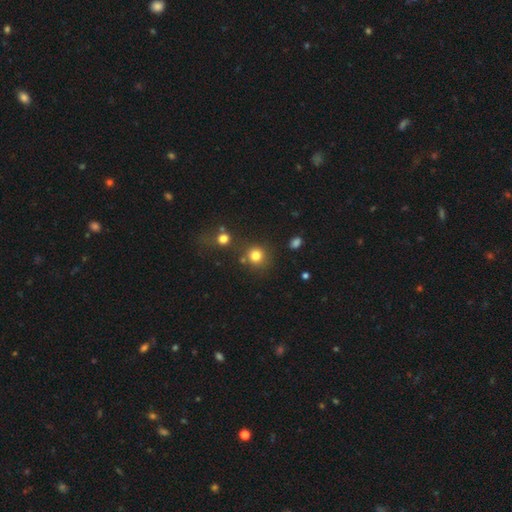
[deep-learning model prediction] A smooth galaxy with no disk features (79%) that is round (90%).

Vote fractions:
- Smooth or featured? smooth: 79% / star or artifact: 15% / featured or disk: 6%
- How rounded? round: 90% / in between: 9% / cigar-shaped: 1%
- Merging? none: 73% / merger: 12% / minor disturbance: 10% / major disturbance: 5%